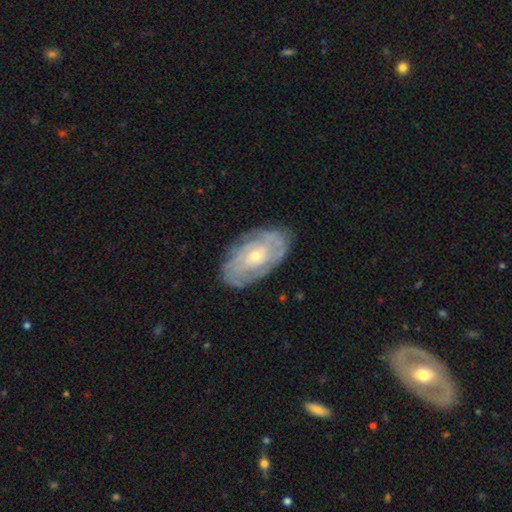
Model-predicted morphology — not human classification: type=featured or disk (73%); edge-on=no (94%); bar=no (74%); spiral arms=yes (82%); winding=tight (68%); arm count=can't tell (51%); bulge=small (61%); merging=none (79%).